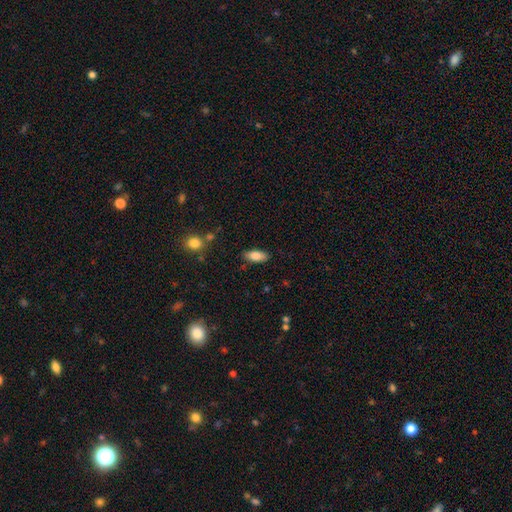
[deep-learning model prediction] Morphology: type=smooth (83%); roundness=in between (83%); merging=none (85%).